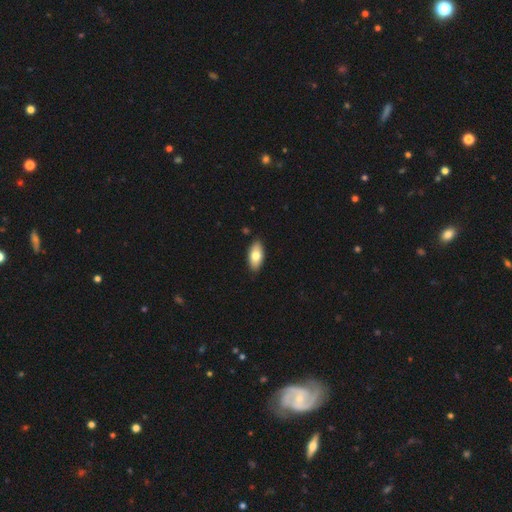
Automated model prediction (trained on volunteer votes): smooth-or-featured: smooth: 75% | featured or disk: 18% | star or artifact: 6%
  how-rounded: in between: 92% | cigar-shaped: 6% | round: 3%
  merging: none: 88% | minor disturbance: 10% | major disturbance: 2% | merger: 1%